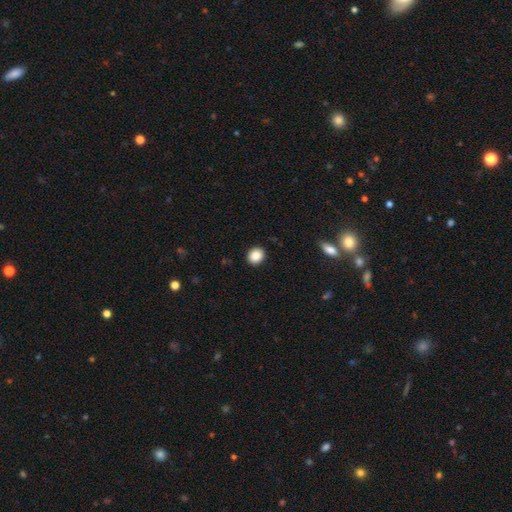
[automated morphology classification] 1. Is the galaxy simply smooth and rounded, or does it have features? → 88% smooth, 9% star or artifact, 3% featured or disk.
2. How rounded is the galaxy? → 73% round, 26% in between, 1% cigar-shaped.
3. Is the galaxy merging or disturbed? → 91% none, 6% minor disturbance, 2% major disturbance, 1% merger.